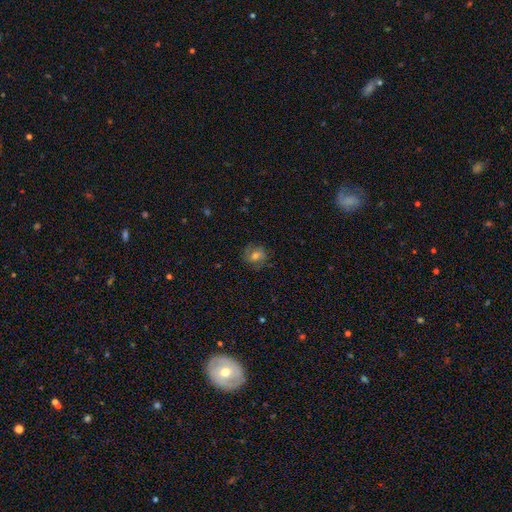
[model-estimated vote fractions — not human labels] Smooth or featured? smooth (56%)
How rounded? round (67%)
Merging? none (76%)